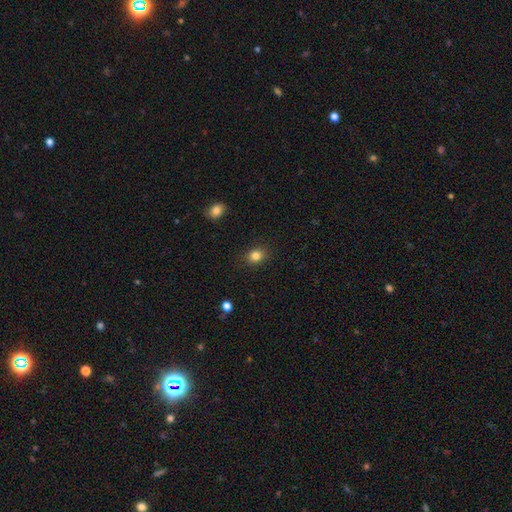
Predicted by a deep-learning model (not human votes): A smooth galaxy with no disk features (83%) that is round (57%).

Vote fractions:
- Smooth or featured? smooth: 83% / star or artifact: 11% / featured or disk: 6%
- How rounded? round: 57% / in between: 42% / cigar-shaped: 1%
- Merging? none: 87% / minor disturbance: 9% / major disturbance: 3% / merger: 1%